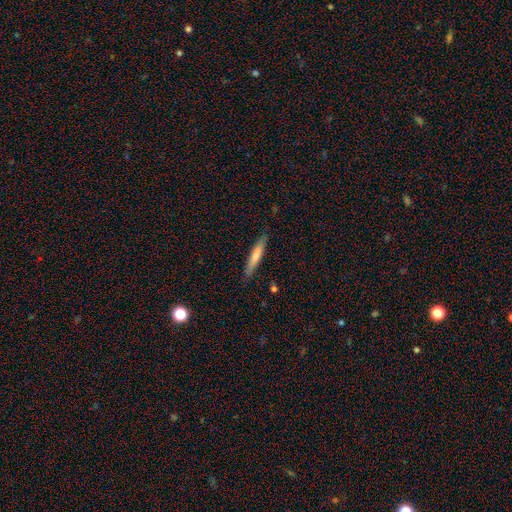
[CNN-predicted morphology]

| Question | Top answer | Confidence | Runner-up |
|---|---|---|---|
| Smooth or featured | smooth | 70% | featured or disk (25%) |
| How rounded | cigar-shaped | 92% | in between (7%) |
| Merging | none | 87% | minor disturbance (10%) |